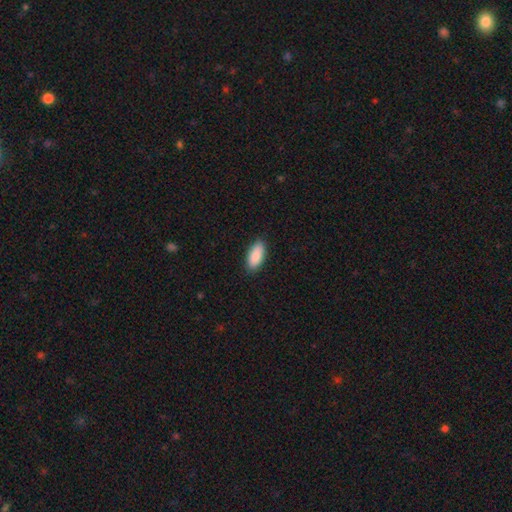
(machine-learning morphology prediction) A smooth galaxy with no disk features (91%) that is in between round and cigar-shaped (89%).

Vote fractions:
- Smooth or featured? smooth: 91% / star or artifact: 6% / featured or disk: 4%
- How rounded? in between: 89% / cigar-shaped: 9% / round: 2%
- Merging? none: 88% / minor disturbance: 9% / major disturbance: 2% / merger: 1%